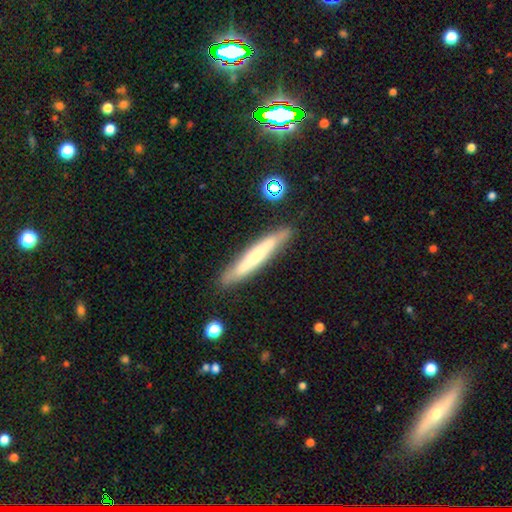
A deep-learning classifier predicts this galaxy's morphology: Q: Smooth or featured?
A: featured or disk (48%); runner-up: smooth (46%)
Q: Merging?
A: none (84%); runner-up: minor disturbance (12%)